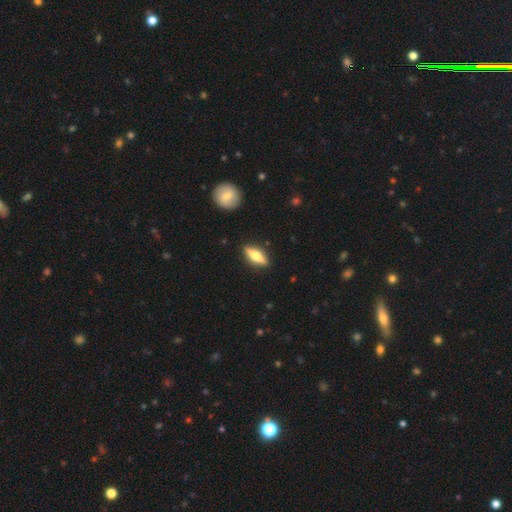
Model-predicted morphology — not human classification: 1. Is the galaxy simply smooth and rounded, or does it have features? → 57% featured or disk, 37% smooth, 6% star or artifact.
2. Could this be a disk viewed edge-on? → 93% yes, 7% no.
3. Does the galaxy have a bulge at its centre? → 92% rounded, 5% boxy, 3% none.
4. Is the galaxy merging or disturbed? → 89% none, 8% minor disturbance, 2% major disturbance, 1% merger.